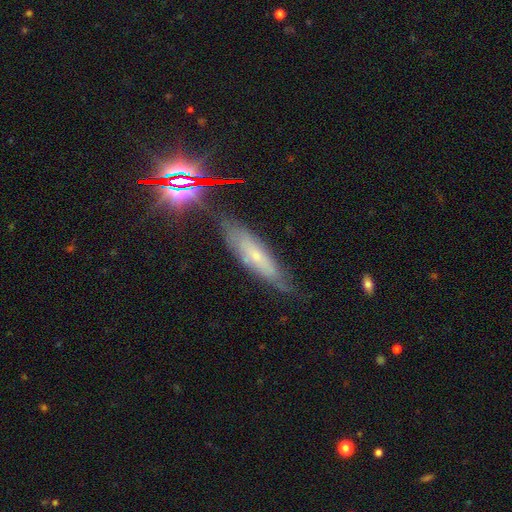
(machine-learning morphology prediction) A featured or disk galaxy (44%).

Vote fractions:
- Smooth or featured? featured or disk: 44% / smooth: 40% / star or artifact: 16%
- Merging? none: 68% / minor disturbance: 23% / major disturbance: 6% / merger: 3%